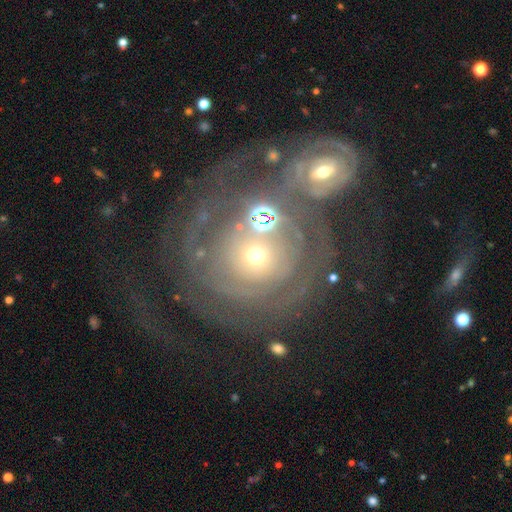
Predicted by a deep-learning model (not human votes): Morphology: type=featured or disk (67%); edge-on=no (96%); bar=no (81%); spiral arms=yes (74%); bulge=small (63%); merging=none (55%).